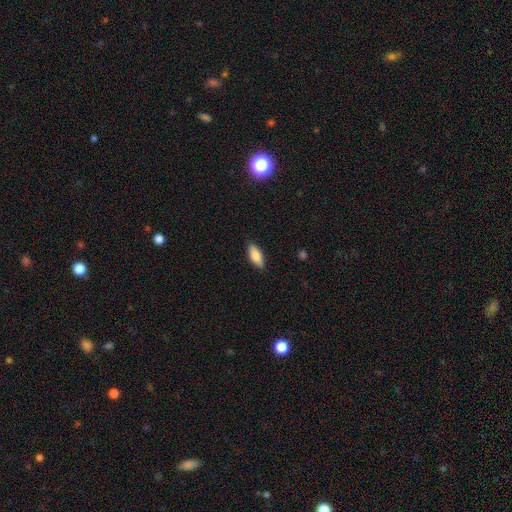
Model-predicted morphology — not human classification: Overall: smooth (80%). How rounded: in between (78%). Merging: none (86%).